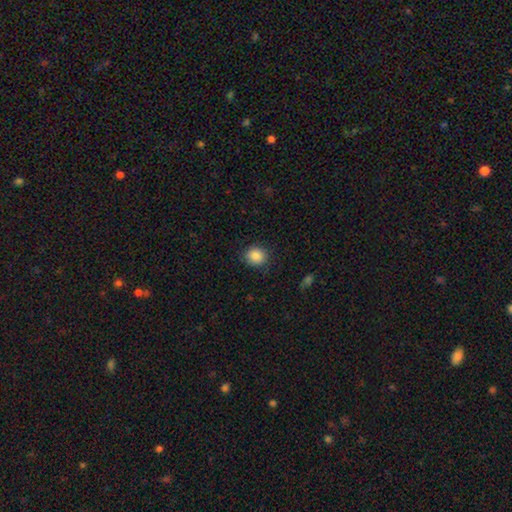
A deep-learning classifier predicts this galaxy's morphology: smooth 87%, star or artifact 9%, featured or disk 4%. Down the decision tree: how rounded — round (78%); merging — none (85%).